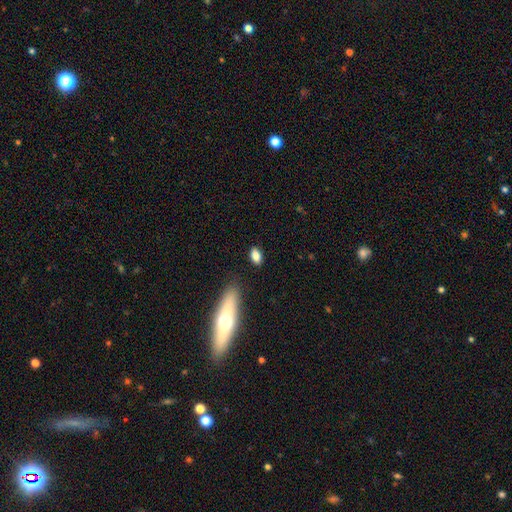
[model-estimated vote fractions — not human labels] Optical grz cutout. It shows a smooth galaxy with no disk features (83%) that is in between round and cigar-shaped (85%). Merging: none (83%).